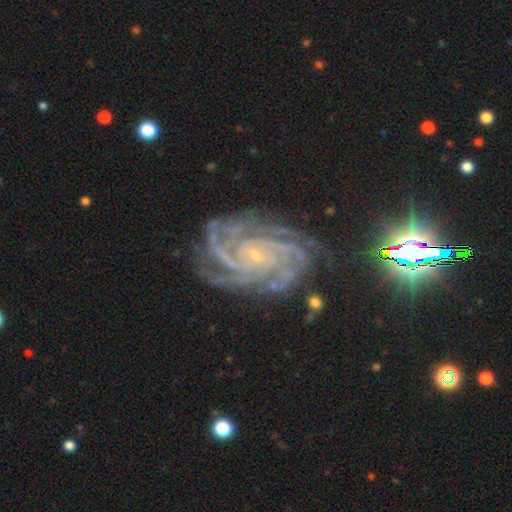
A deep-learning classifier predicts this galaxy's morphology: Overall: featured or disk (89%). Edge-on disk: no (98%). Bar: no (69%). Spiral arms: yes (99%). Spiral arm count: more than 4 (29%; 4 28%). Spiral winding: tight (70%). Bulge size: small (85%). Merging: none (75%).